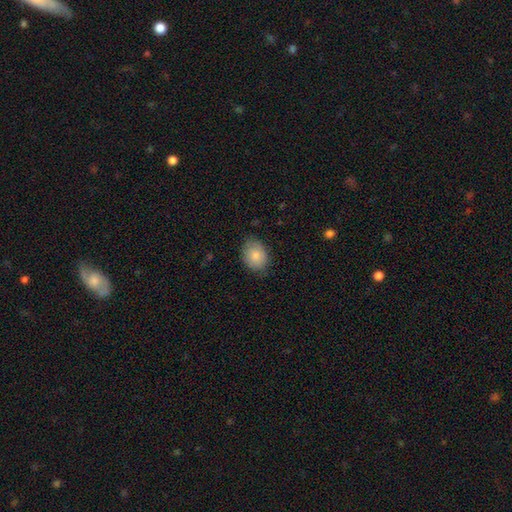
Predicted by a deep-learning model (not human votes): smooth_or_featured: smooth (p=0.84) [alt: featured or disk p=0.09]
how_rounded: in between (p=0.62) [alt: round p=0.37]
merging: none (p=0.76) [alt: minor disturbance p=0.19]